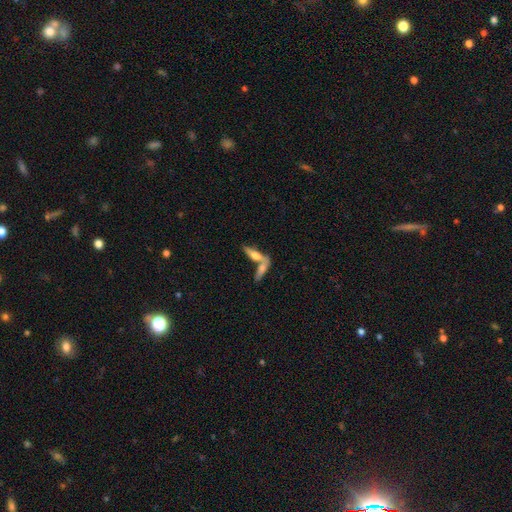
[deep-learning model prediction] Q: Smooth or featured?
A: smooth (49%); runner-up: featured or disk (43%)
Q: Merging?
A: merger (53%); runner-up: none (34%)